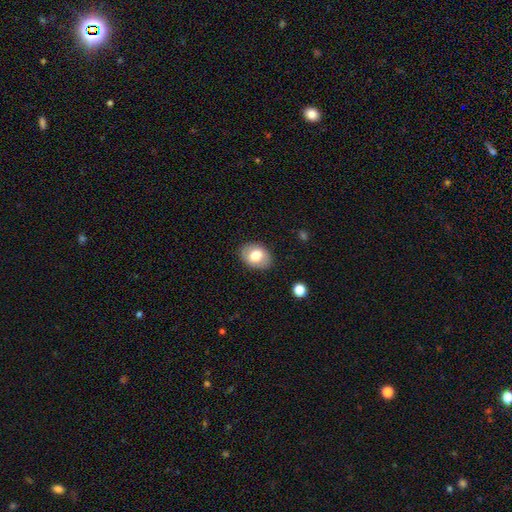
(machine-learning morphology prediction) smooth 74%, featured or disk 18%, star or artifact 8%. Down the decision tree: how rounded — in between (72%); merging — none (84%).